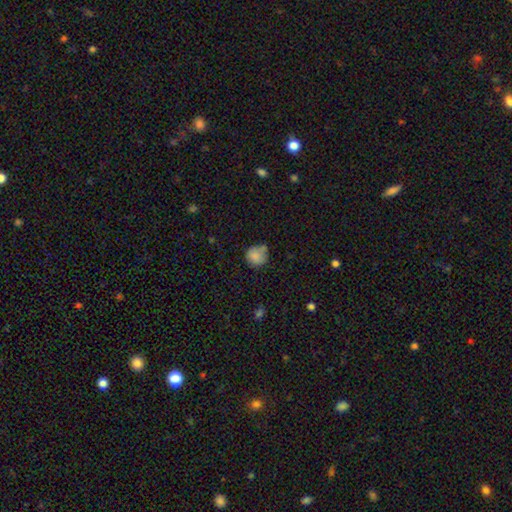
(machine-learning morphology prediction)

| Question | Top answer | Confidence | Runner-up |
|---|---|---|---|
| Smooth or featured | smooth | 83% | star or artifact (9%) |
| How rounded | round | 88% | in between (12%) |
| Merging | none | 58% | minor disturbance (24%) |